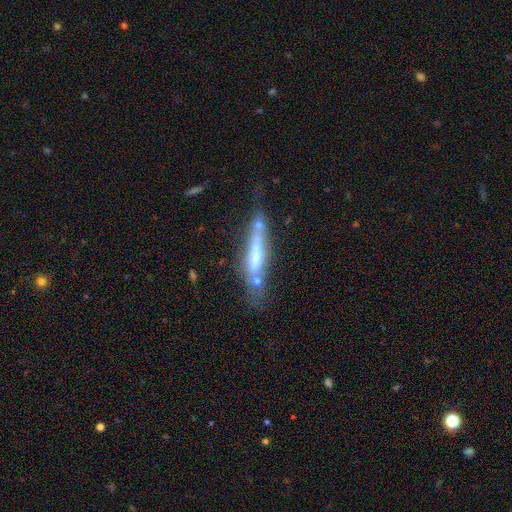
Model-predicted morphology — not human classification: smooth_or_featured: featured or disk (p=0.56) [alt: smooth p=0.35]
disk_edge_on: yes (p=0.77) [alt: no p=0.23]
merging: none (p=0.50) [alt: minor disturbance p=0.23]